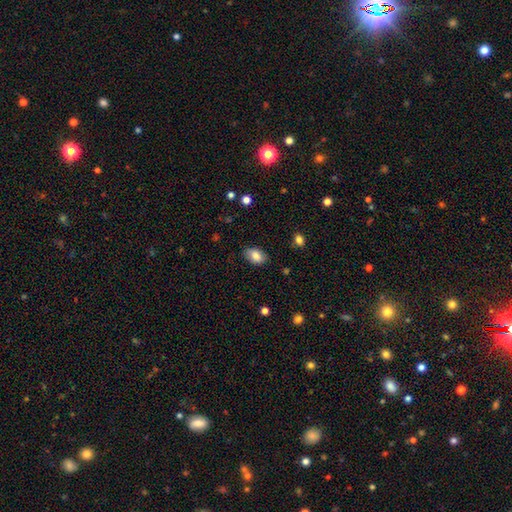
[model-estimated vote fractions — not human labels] Q: Smooth or featured?
A: smooth (80%); runner-up: featured or disk (12%)
Q: How rounded?
A: in between (88%); runner-up: round (10%)
Q: Merging?
A: none (82%); runner-up: minor disturbance (13%)